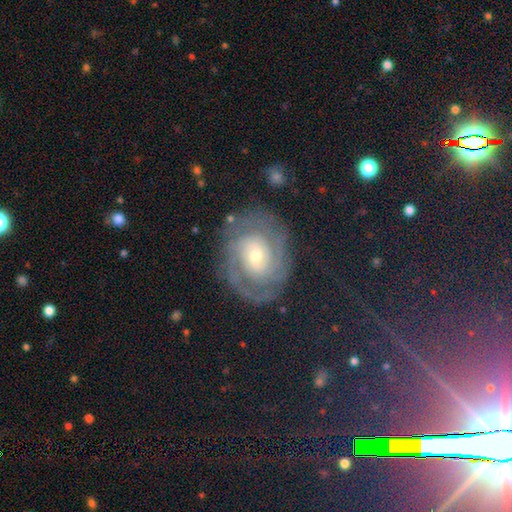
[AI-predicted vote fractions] Smooth or featured? featured or disk (81%)
Edge-on disk? no (97%)
Bar? no (64%)
Spiral arms? yes (94%)
Spiral winding? tight (65%)
Spiral arm count? 2 (49%)
Bulge size? small (49%)
Merging? none (77%)